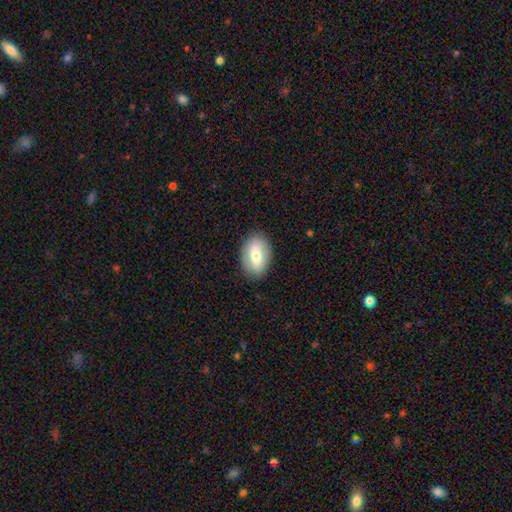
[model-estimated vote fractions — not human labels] Q: Smooth or featured?
A: smooth (65%); runner-up: featured or disk (29%)
Q: How rounded?
A: in between (89%); runner-up: round (9%)
Q: Merging?
A: none (85%); runner-up: minor disturbance (11%)